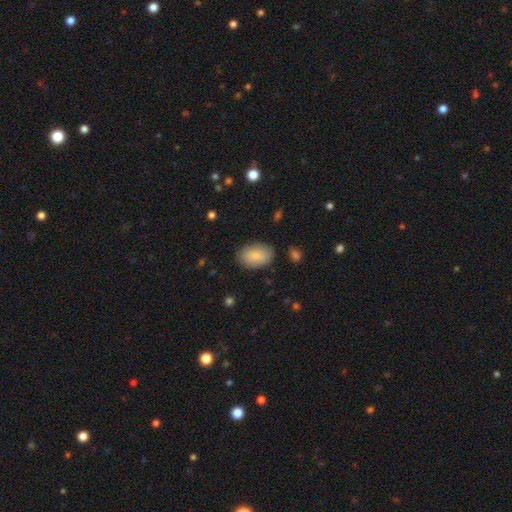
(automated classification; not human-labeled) This is clearly a smooth galaxy (84%). How rounded: clearly in between (89%). Merging: clearly none (83%).